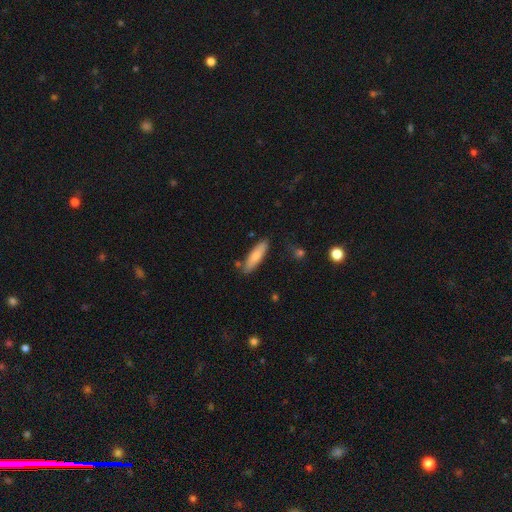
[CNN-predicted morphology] type=smooth (78%); roundness=cigar-shaped (67%); merging=none (81%).